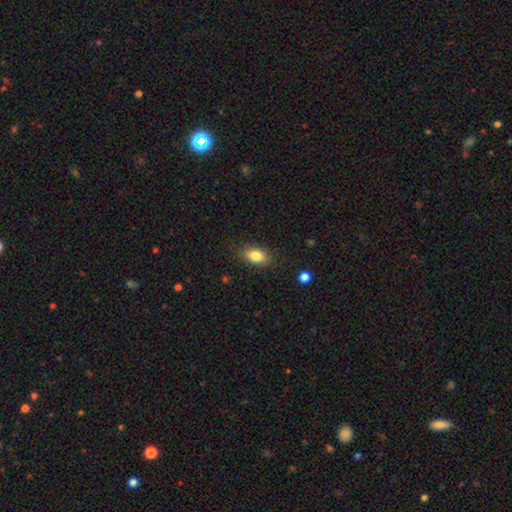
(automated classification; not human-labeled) smooth-or-featured: smooth: 83% | featured or disk: 8% | star or artifact: 8%
  how-rounded: in between: 88% | round: 9% | cigar-shaped: 4%
  merging: none: 85% | minor disturbance: 11% | major disturbance: 3% | merger: 1%